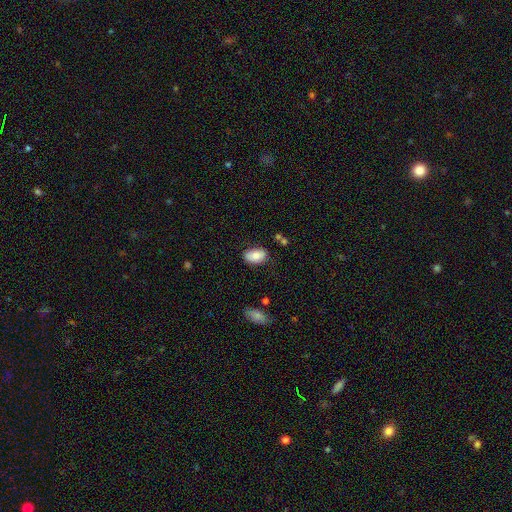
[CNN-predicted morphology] This appears to be a smooth galaxy with no disk features (82%) that is in between round and cigar-shaped (92%). Merging: none (76%).